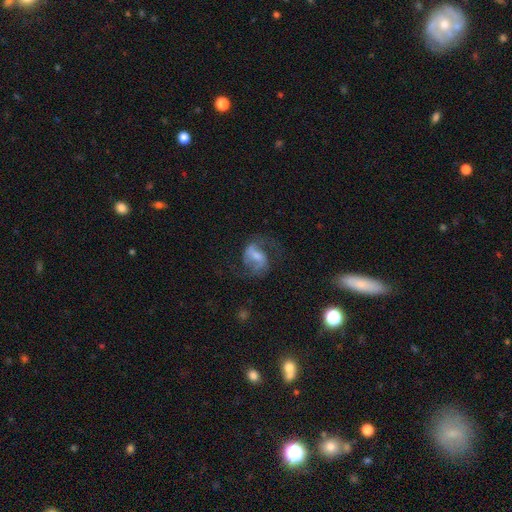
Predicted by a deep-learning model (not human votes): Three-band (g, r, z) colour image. It shows a featured or disk galaxy (78%) with a weak bar (48%), 2 (90%) medium (51%) spiral arms (92%) and a moderate central bulge (41%). Merging: none (63%).